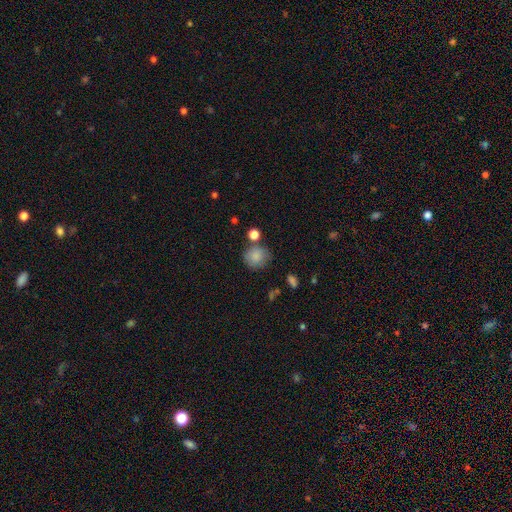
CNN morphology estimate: Q: Smooth or featured?
A: smooth (85%); runner-up: star or artifact (9%)
Q: How rounded?
A: round (83%); runner-up: in between (16%)
Q: Merging?
A: none (70%); runner-up: minor disturbance (16%)